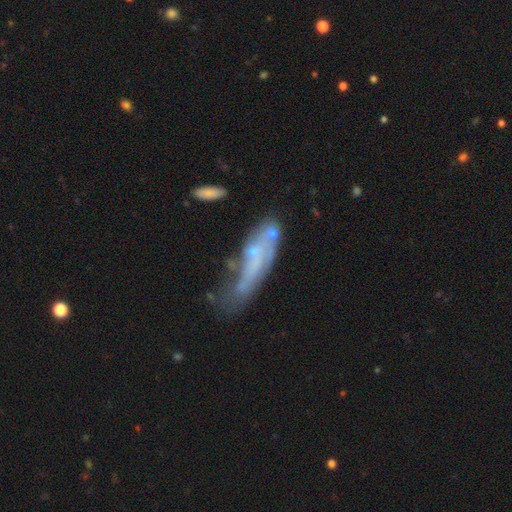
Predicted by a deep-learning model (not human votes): This appears to be a featured or disk galaxy (53%). Merging: none (32%).